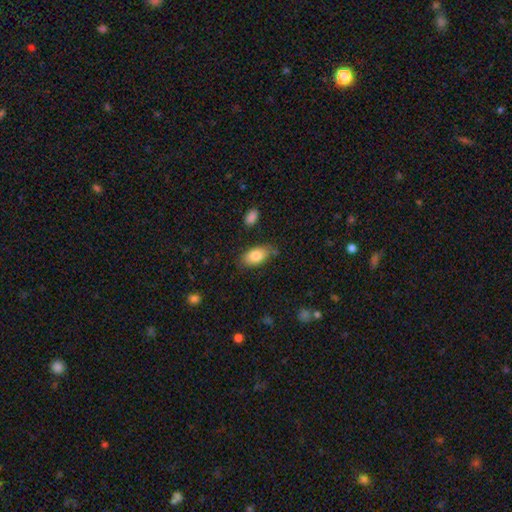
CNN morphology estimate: This appears to be a smooth galaxy with no disk features (84%) that is in between round and cigar-shaped (92%). Merging: none (73%).